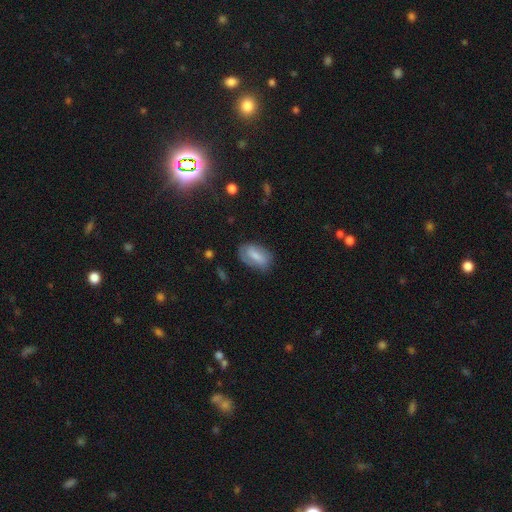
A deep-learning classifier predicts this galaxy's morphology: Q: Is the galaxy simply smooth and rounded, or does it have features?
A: smooth — 67%.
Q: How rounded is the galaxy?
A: in between — 89%.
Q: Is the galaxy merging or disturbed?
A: none — 71%.